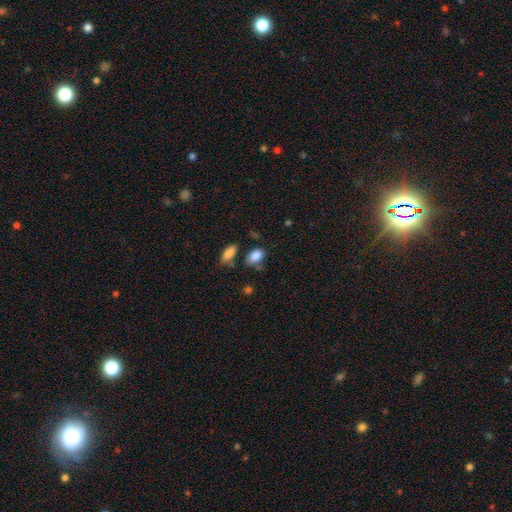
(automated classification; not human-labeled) A smooth galaxy with no disk features (86%) that is in between round and cigar-shaped (86%). Merging: none (60%).